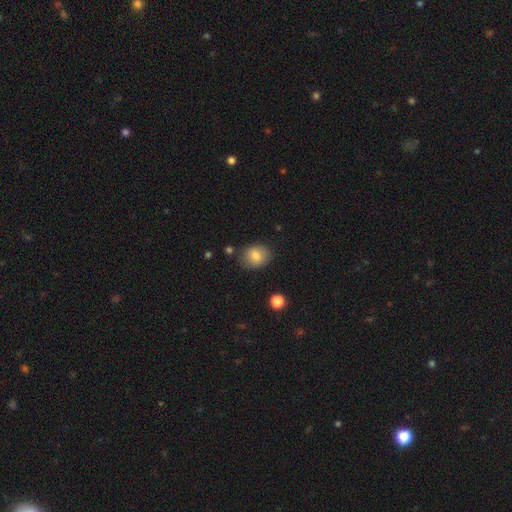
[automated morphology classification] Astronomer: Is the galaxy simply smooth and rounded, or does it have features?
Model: smooth — 78%.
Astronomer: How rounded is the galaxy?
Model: in between — 52% (runner-up: round, 47%).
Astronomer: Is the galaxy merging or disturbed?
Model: none — 78%.